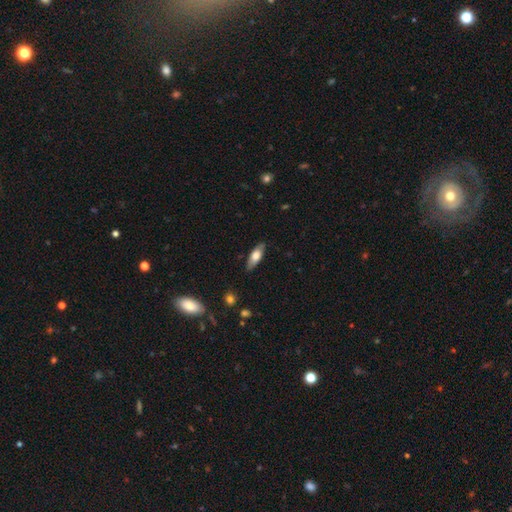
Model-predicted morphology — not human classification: Smooth or featured? Predicted: smooth (p=0.64). How rounded? Predicted: in between (p=0.66). Merging? Predicted: none (p=0.82).